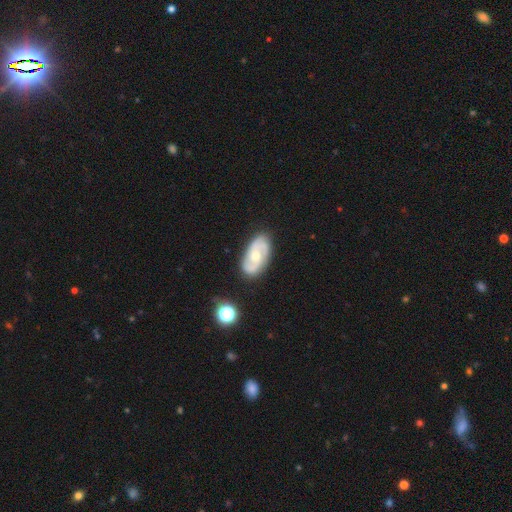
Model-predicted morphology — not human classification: Smooth or featured?
  - featured or disk: 78% *
  - smooth: 16%
  - star or artifact: 6%
Edge-on disk?
  - no: 95% *
  - yes: 5%
Bar?
  - no: 64% *
  - weak: 30%
  - strong: 6%
Spiral arms?
  - yes: 93% *
  - no: 7%
Spiral winding?
  - medium: 46% *
  - tight: 35%
  - loose: 19%
Spiral arm count?
  - 2: 67% *
  - can't tell: 14%
  - 3: 13%
  - 1: 3%
  - 4: 2%
  - more than 4: 2%
Bulge size?
  - moderate: 58% *
  - small: 37%
  - large: 2%
  - none: 1%
  - dominant: 1%
Merging?
  - none: 79% *
  - minor disturbance: 15%
  - major disturbance: 4%
  - merger: 2%